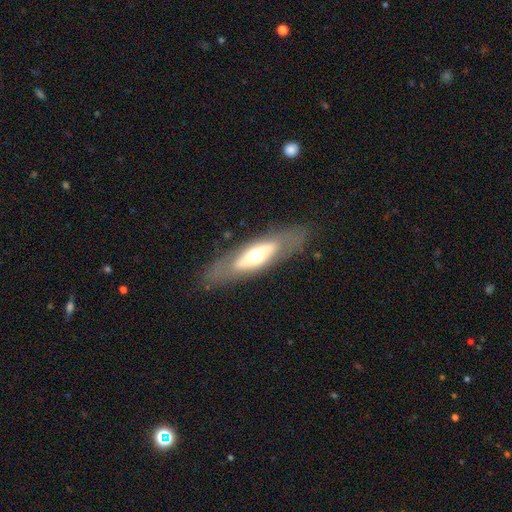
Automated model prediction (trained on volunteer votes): The model was most divided on "smooth or featured": featured or disk: 52%, smooth: 42%, star or artifact: 7%. More confident: merging — none (79%); edge-on disk — no (58%).